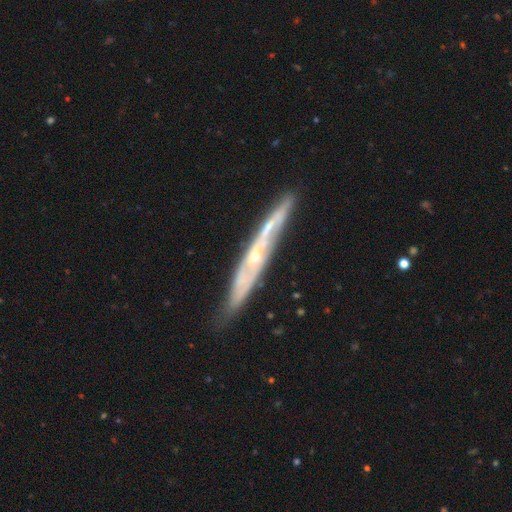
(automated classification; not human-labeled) Smooth or featured?
  - featured or disk: 78% *
  - smooth: 16%
  - star or artifact: 6%
Edge-on disk?
  - yes: 82% *
  - no: 18%
Edge-on bulge?
  - none: 48% *
  - rounded: 47%
  - boxy: 5%
Merging?
  - none: 77% *
  - minor disturbance: 17%
  - major disturbance: 3%
  - merger: 3%